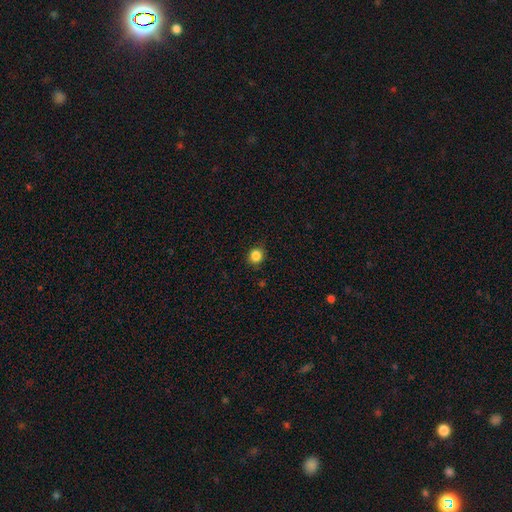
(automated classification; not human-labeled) Q: Smooth or featured?
A: smooth (85%); runner-up: star or artifact (11%)
Q: How rounded?
A: round (85%); runner-up: in between (14%)
Q: Merging?
A: none (86%); runner-up: minor disturbance (10%)